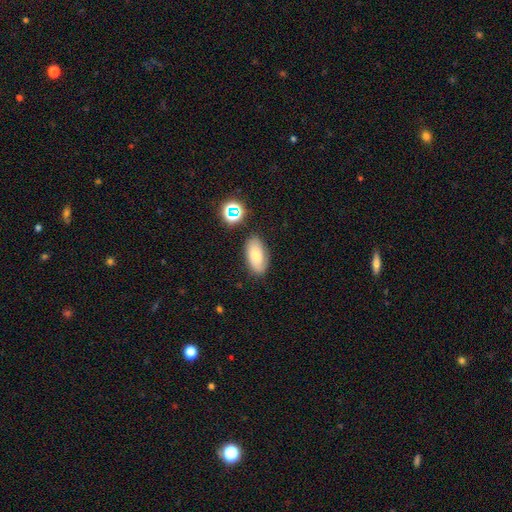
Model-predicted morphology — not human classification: A smooth galaxy with no disk features (68%) that is in between round and cigar-shaped (92%).

Vote fractions:
- Smooth or featured? smooth: 68% / featured or disk: 21% / star or artifact: 11%
- How rounded? in between: 92% / cigar-shaped: 4% / round: 4%
- Merging? none: 80% / minor disturbance: 13% / merger: 3% / major disturbance: 3%